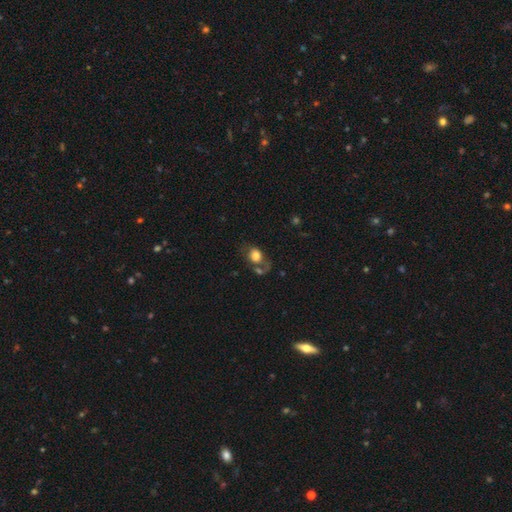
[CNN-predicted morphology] This appears to be a smooth galaxy with no disk features (70%) that is in between round and cigar-shaped (52%). Merging: none (35%).